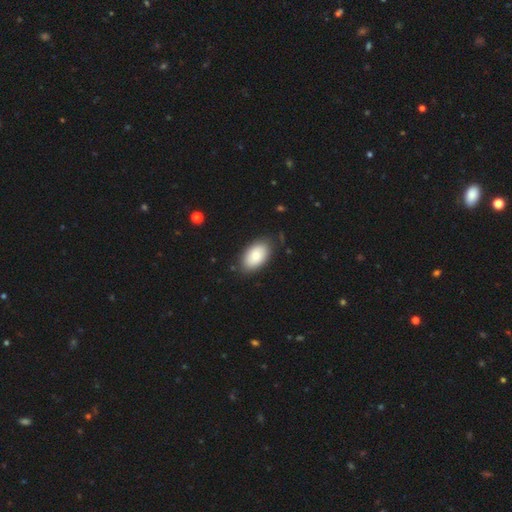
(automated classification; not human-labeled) Overall: smooth (82%). How rounded: in between (94%). Merging: none (83%).